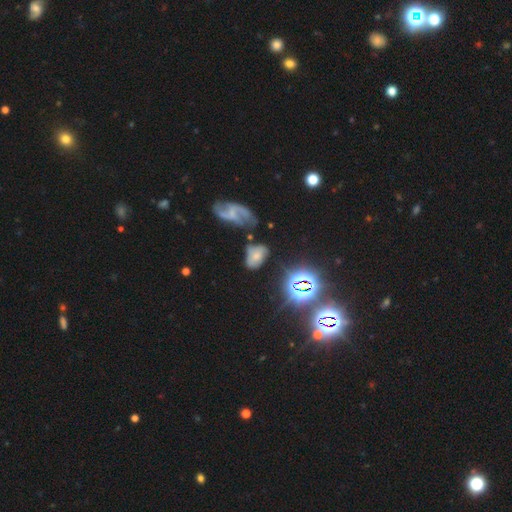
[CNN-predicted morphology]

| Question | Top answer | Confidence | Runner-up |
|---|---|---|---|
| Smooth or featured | smooth | 41% | featured or disk (35%) |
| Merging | none | 49% | minor disturbance (25%) |